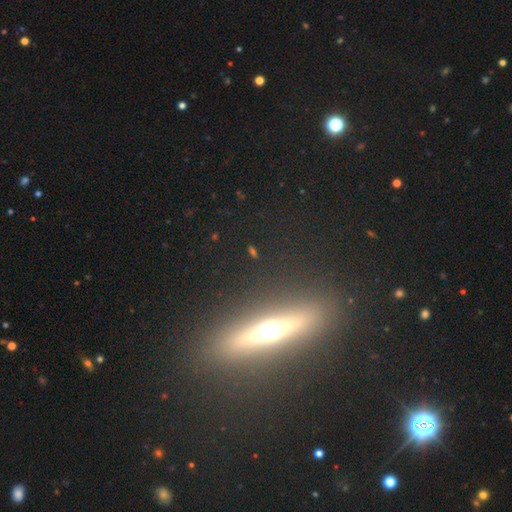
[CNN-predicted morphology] featured or disk 66%, smooth 23%, star or artifact 11%. Down the decision tree: edge-on disk — yes (92%); edge-on bulge — rounded (91%); merging — none (88%).